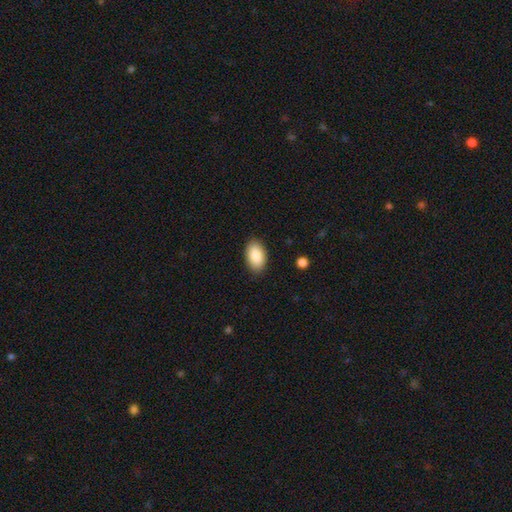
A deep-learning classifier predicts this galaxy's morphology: The model was most divided on "merging": none: 86%, minor disturbance: 10%, major disturbance: 2%, merger: 1%. More confident: how rounded — in between (94%); smooth or featured — smooth (89%).